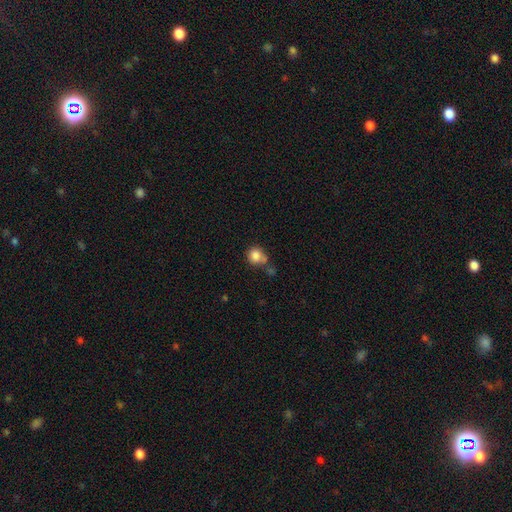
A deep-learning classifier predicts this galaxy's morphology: A smooth galaxy with no disk features (83%) that is round (84%).

Vote fractions:
- Smooth or featured? smooth: 83% / star or artifact: 10% / featured or disk: 7%
- How rounded? round: 84% / in between: 15% / cigar-shaped: 1%
- Merging? none: 52% / merger: 23% / minor disturbance: 18% / major disturbance: 7%